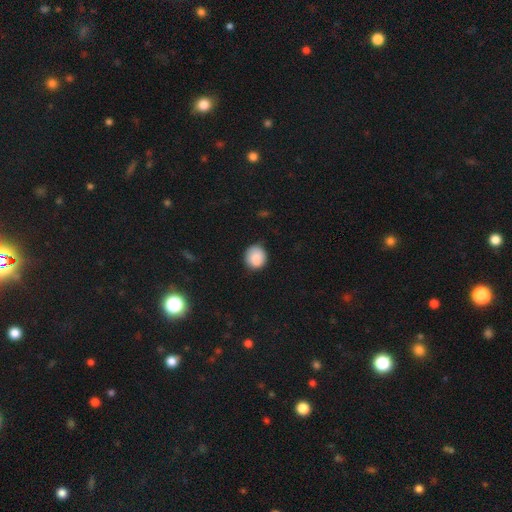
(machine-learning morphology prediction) A smooth galaxy with no disk features (87%) that is round (83%).

Vote fractions:
- Smooth or featured? smooth: 87% / star or artifact: 8% / featured or disk: 5%
- How rounded? round: 83% / in between: 16% / cigar-shaped: 1%
- Merging? none: 80% / minor disturbance: 16% / major disturbance: 3% / merger: 2%